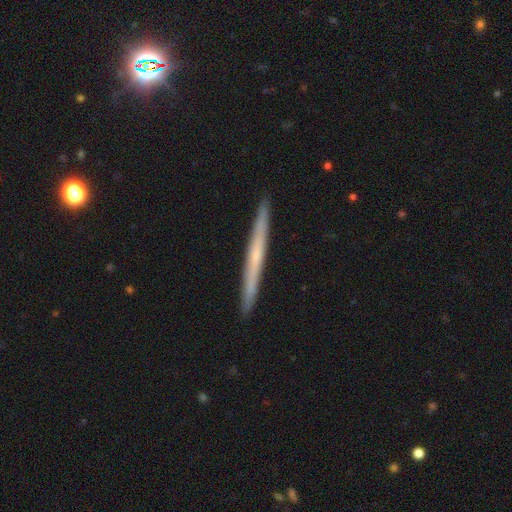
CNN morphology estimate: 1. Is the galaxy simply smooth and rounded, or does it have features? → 59% featured or disk, 35% smooth, 6% star or artifact.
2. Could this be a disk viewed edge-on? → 97% yes, 3% no.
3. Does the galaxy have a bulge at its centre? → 71% none, 25% rounded, 4% boxy.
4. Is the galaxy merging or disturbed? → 93% none, 5% minor disturbance, 1% major disturbance, 1% merger.